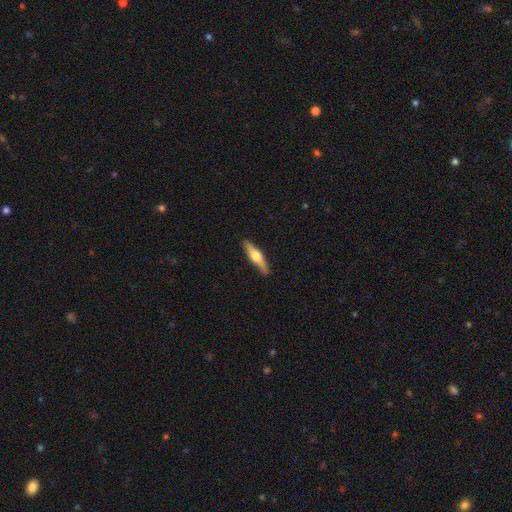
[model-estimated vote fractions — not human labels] Smooth or featured?
  - featured or disk: 54% *
  - smooth: 41%
  - star or artifact: 5%
Edge-on disk?
  - yes: 94% *
  - no: 6%
Edge-on bulge?
  - rounded: 92% *
  - boxy: 5%
  - none: 3%
Merging?
  - none: 87% *
  - minor disturbance: 10%
  - major disturbance: 2%
  - merger: 1%